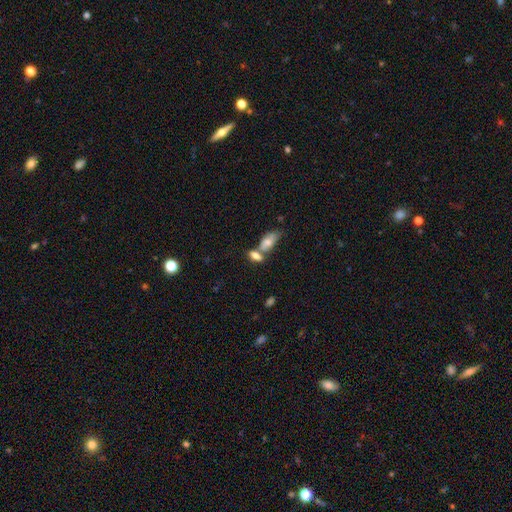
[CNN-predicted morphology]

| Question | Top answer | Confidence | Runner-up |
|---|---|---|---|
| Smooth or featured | smooth | 74% | featured or disk (17%) |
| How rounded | in between | 80% | cigar-shaped (13%) |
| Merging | merger | 51% | none (35%) |